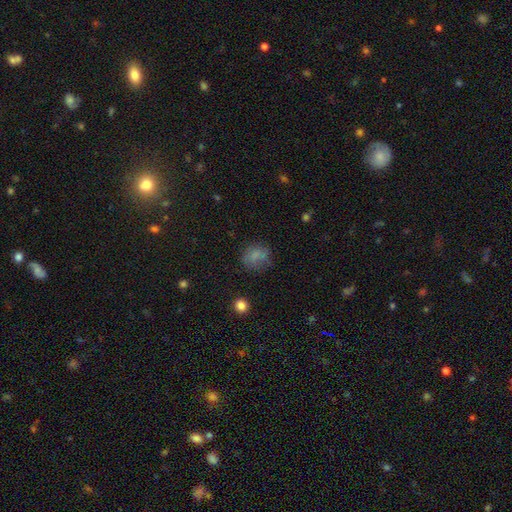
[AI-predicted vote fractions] Morphology: type=smooth (73%); roundness=round (59%); merging=none (65%).